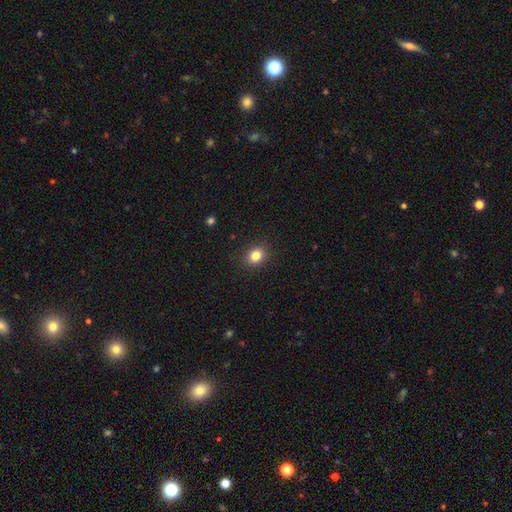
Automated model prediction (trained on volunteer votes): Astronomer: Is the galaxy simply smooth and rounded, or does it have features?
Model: smooth — 83%.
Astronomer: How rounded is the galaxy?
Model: round — 57% (runner-up: in between, 42%).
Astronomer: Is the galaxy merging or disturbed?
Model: none — 90%.